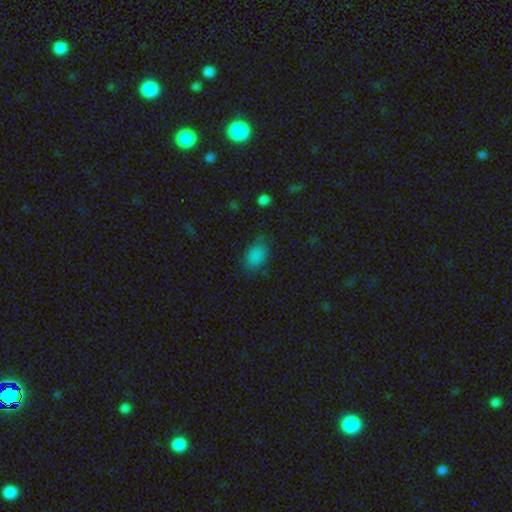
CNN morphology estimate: Overall: smooth (83%). How rounded: in between (83%). Merging: none (62%; minor disturbance 28%).